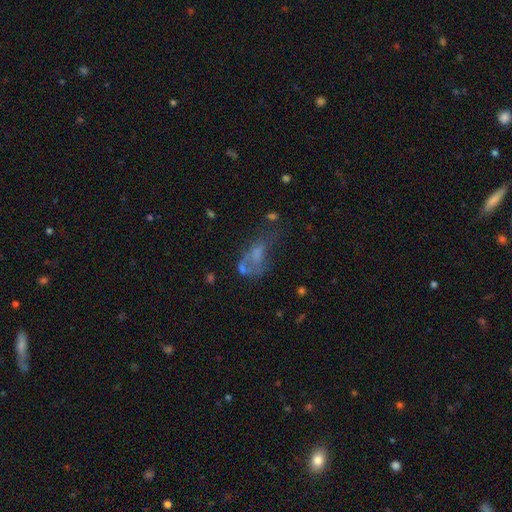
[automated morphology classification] smooth-or-featured: smooth: 42% | featured or disk: 39% | star or artifact: 19%
  merging: major disturbance: 35% | none: 27% | merger: 21% | minor disturbance: 17%